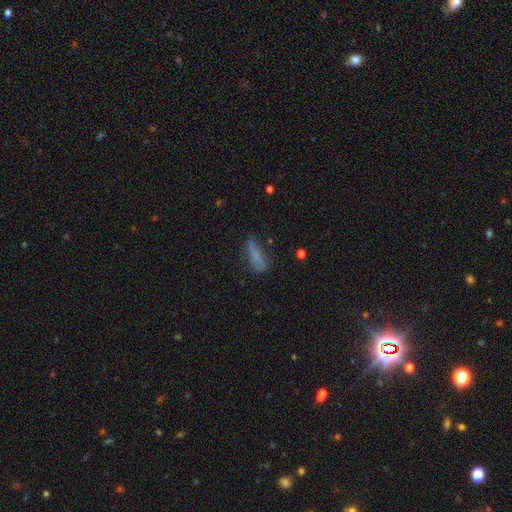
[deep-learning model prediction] This appears to be a smooth galaxy with no disk features (71%) that is cigar-shaped (69%). Merging: none (54%).